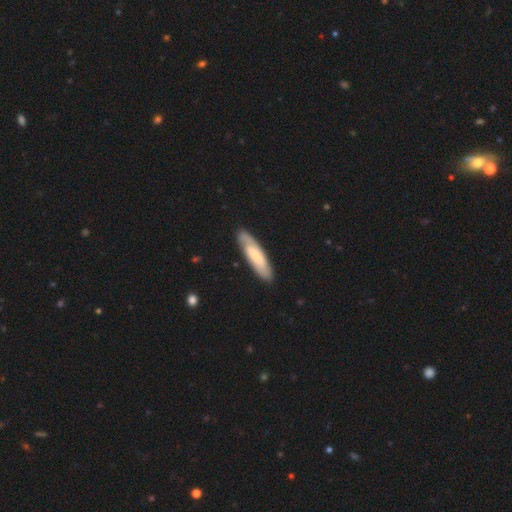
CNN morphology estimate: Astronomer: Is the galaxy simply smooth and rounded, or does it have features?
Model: smooth — 58% (runner-up: featured or disk, 37%).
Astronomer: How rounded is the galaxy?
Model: cigar-shaped — 65%.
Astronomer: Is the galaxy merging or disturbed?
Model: none — 83%.